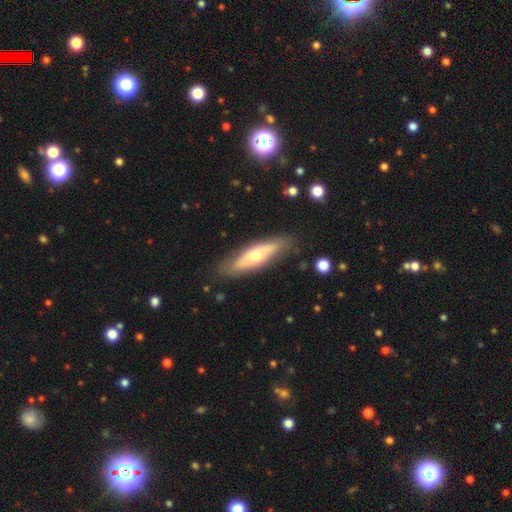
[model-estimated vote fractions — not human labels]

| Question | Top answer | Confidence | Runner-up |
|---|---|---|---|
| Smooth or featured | featured or disk | 47% | tied: smooth (47%) |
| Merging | none | 80% | minor disturbance (14%) |